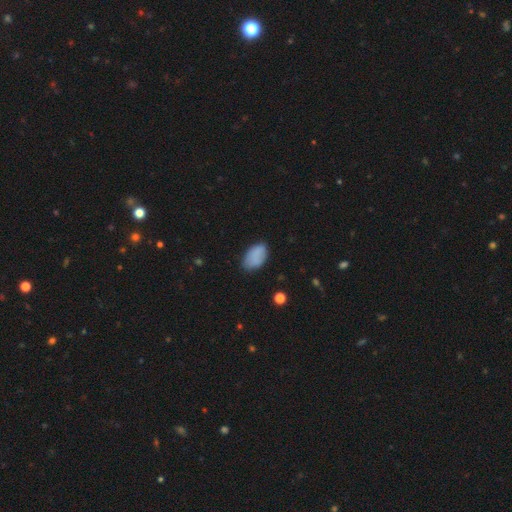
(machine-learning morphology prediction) Smooth or featured? smooth (85%)
How rounded? in between (93%)
Merging? none (74%)